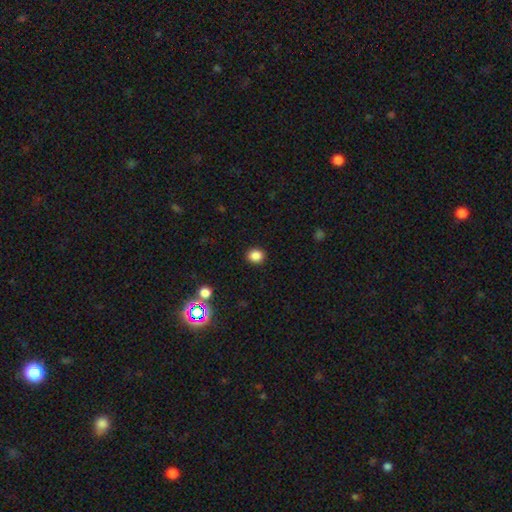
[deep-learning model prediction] smooth_or_featured: smooth (p=0.85) [alt: star or artifact p=0.12]
how_rounded: round (p=0.68) [alt: in between p=0.31]
merging: none (p=0.90) [alt: minor disturbance p=0.06]